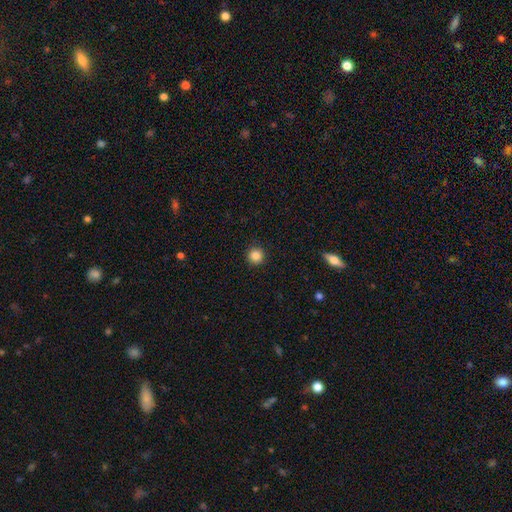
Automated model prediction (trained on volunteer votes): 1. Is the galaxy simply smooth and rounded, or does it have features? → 85% smooth, 11% star or artifact, 4% featured or disk.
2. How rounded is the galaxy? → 95% round, 4% in between, 1% cigar-shaped.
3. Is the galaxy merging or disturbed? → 93% none, 5% minor disturbance, 2% major disturbance, 1% merger.